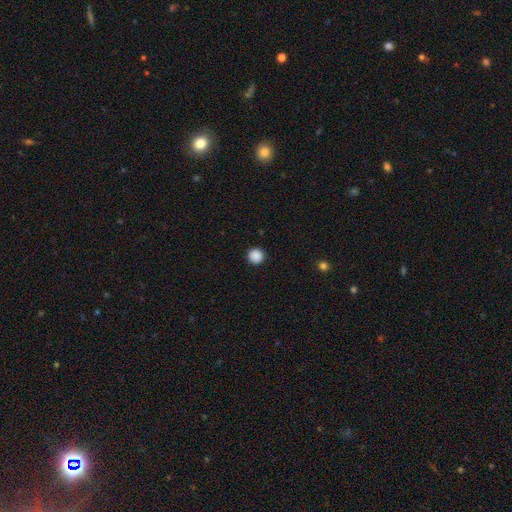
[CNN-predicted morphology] smooth-or-featured: smooth: 88% | star or artifact: 9% | featured or disk: 2%
  how-rounded: round: 96% | in between: 3% | cigar-shaped: 1%
  merging: none: 93% | minor disturbance: 5% | major disturbance: 2% | merger: 1%